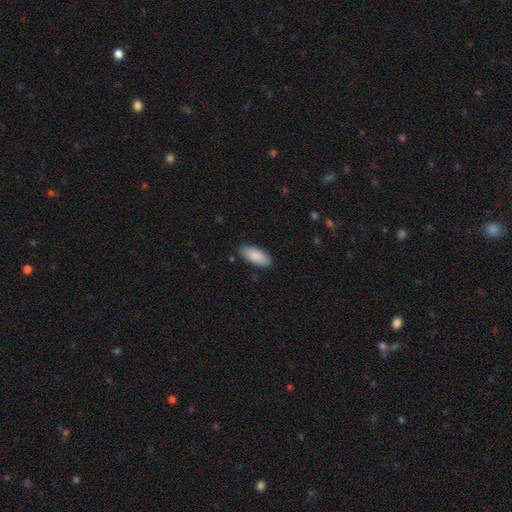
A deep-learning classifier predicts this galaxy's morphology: A smooth galaxy with no disk features (88%) that is in between round and cigar-shaped (88%).

Vote fractions:
- Smooth or featured? smooth: 88% / featured or disk: 6% / star or artifact: 6%
- How rounded? in between: 88% / cigar-shaped: 11% / round: 2%
- Merging? none: 86% / minor disturbance: 10% / major disturbance: 2% / merger: 1%